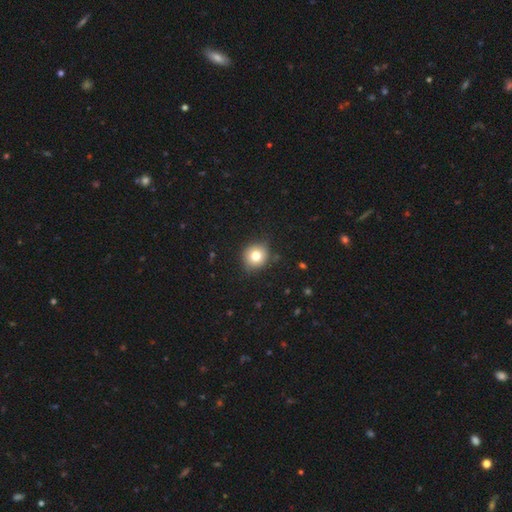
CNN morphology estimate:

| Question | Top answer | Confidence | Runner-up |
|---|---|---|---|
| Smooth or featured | smooth | 77% | featured or disk (12%) |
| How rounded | round | 88% | in between (11%) |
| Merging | none | 85% | minor disturbance (12%) |